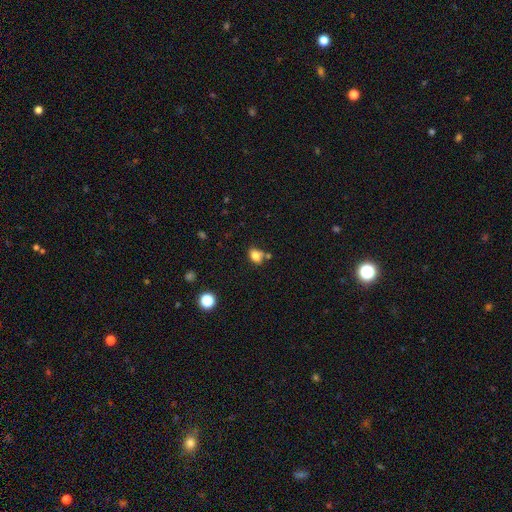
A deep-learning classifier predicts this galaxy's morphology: Q: Smooth or featured?
A: smooth (80%); runner-up: star or artifact (12%)
Q: How rounded?
A: in between (64%); runner-up: round (34%)
Q: Merging?
A: none (60%); runner-up: merger (20%)